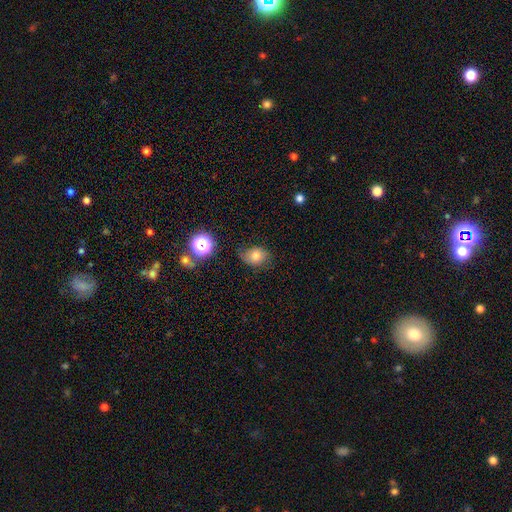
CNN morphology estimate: The model was most divided on "how rounded": in between: 59%, round: 40%, cigar-shaped: 1%. More confident: smooth or featured — smooth (74%); merging — none (61%).